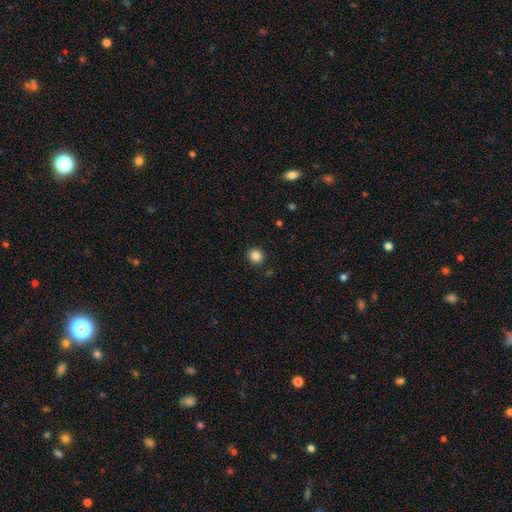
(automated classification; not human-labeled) Morphology: type=smooth (85%); roundness=round (92%); merging=none (91%).